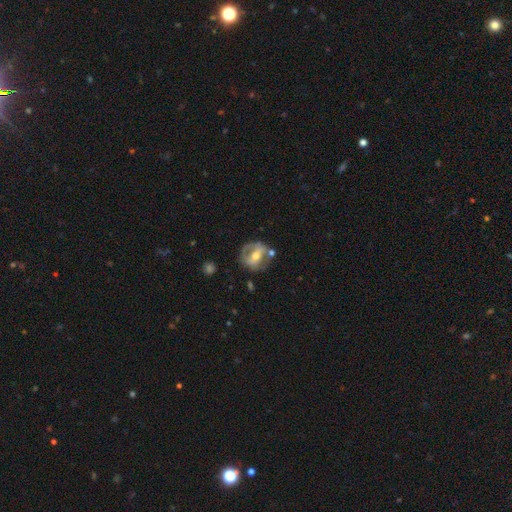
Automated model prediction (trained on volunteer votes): smooth_or_featured: featured or disk (p=0.65) [alt: smooth p=0.29]
disk_edge_on: no (p=0.92) [alt: yes p=0.08]
bar: strong (p=0.47) [alt: weak p=0.30]
has_spiral_arms: no (p=0.56) [alt: yes p=0.44]
bulge_size: moderate (p=0.67) [alt: small p=0.26]
merging: none (p=0.60) [alt: minor disturbance p=0.20]